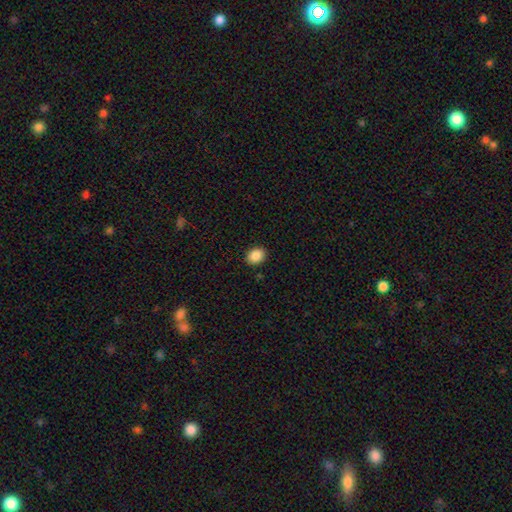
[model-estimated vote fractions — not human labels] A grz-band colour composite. It shows a smooth galaxy with no disk features (88%) that is in between round and cigar-shaped (59%). Merging: none (90%).